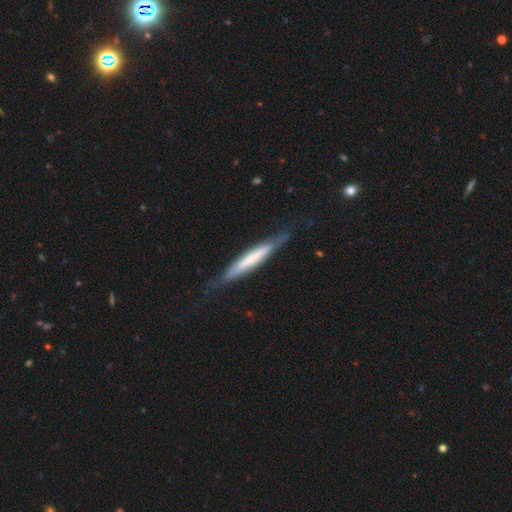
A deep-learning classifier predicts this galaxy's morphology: A featured or disk galaxy (51%) viewed edge-on (89%).

Vote fractions:
- Smooth or featured? featured or disk: 51% / smooth: 43% / star or artifact: 6%
- Edge-on disk? yes: 89% / no: 11%
- Merging? none: 76% / minor disturbance: 18% / major disturbance: 5% / merger: 1%